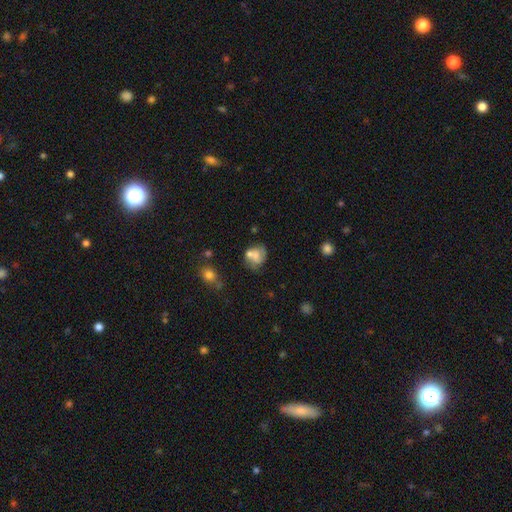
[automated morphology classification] type=smooth (52%); roundness=round (58%); merging=none (42%).